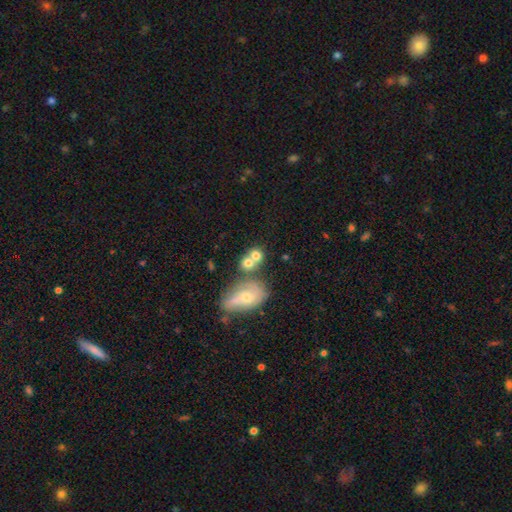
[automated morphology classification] Smooth or featured?
  - smooth: 69% *
  - featured or disk: 20%
  - star or artifact: 11%
How rounded?
  - round: 65% *
  - in between: 33%
  - cigar-shaped: 2%
Merging?
  - merger: 54% *
  - none: 31%
  - minor disturbance: 10%
  - major disturbance: 5%